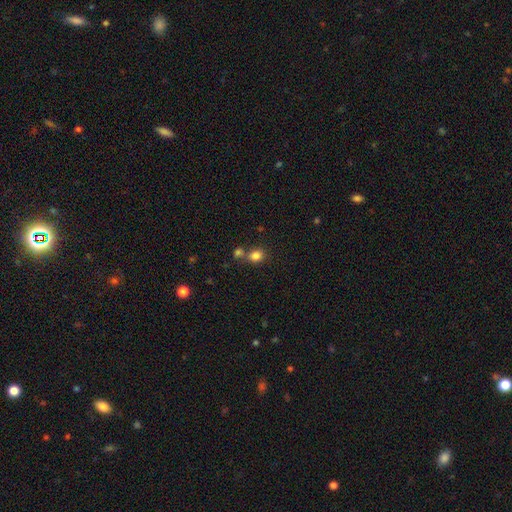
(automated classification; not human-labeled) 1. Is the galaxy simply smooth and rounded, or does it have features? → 82% smooth, 12% star or artifact, 6% featured or disk.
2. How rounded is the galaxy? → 67% round, 32% in between, 1% cigar-shaped.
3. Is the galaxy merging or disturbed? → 56% none, 32% merger, 9% minor disturbance, 3% major disturbance.